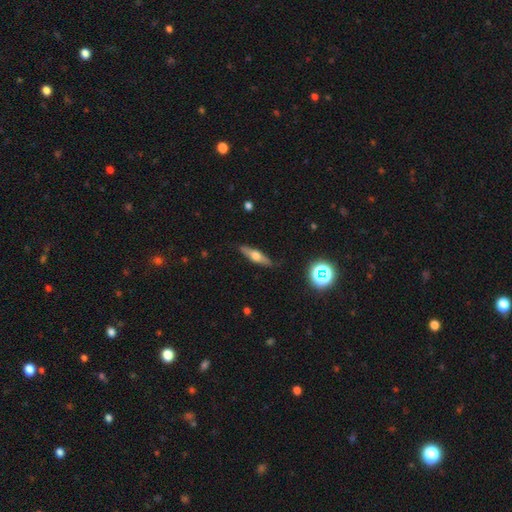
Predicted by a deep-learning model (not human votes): Smooth or featured: featured or disk — 50% (smooth — 42%)
Edge-on disk: yes — 89% (no — 11%)
Merging: none — 84% (minor disturbance — 12%)